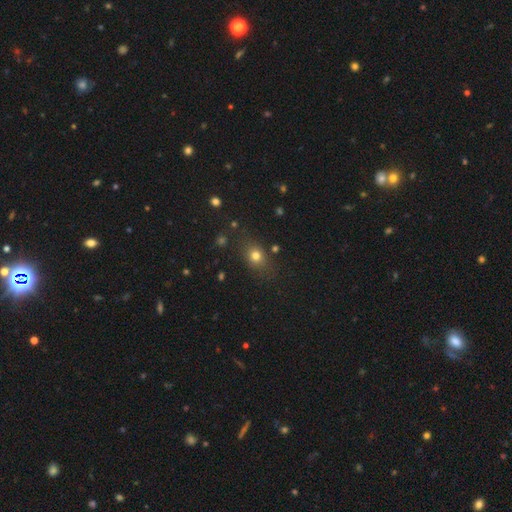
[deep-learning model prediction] smooth_or_featured: smooth (p=0.74) [alt: star or artifact p=0.16]
how_rounded: round (p=0.49) [alt: in between p=0.48]
merging: none (p=0.77) [alt: minor disturbance p=0.15]